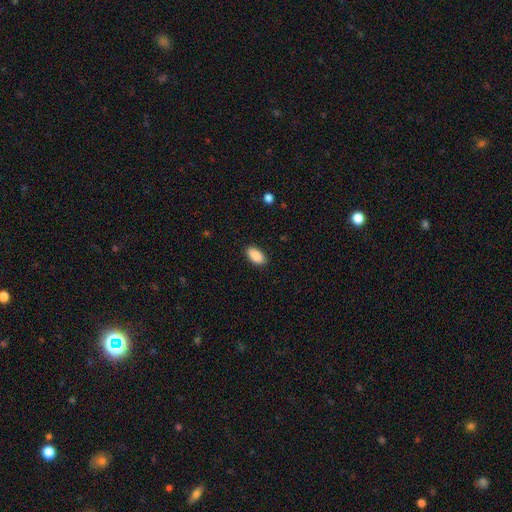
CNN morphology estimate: type=smooth (89%); roundness=in between (92%); merging=none (89%).